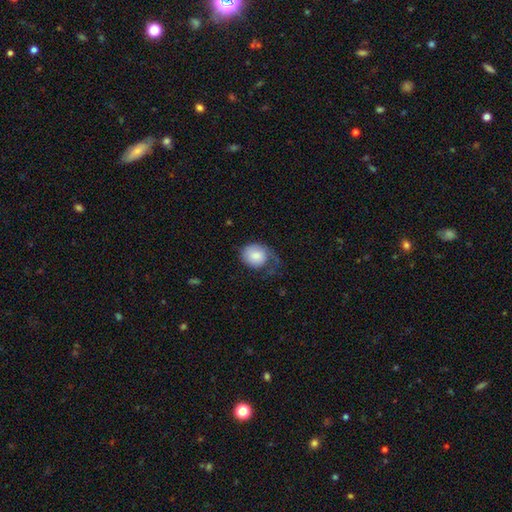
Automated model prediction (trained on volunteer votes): Q: Smooth or featured?
A: smooth (71%); runner-up: featured or disk (23%)
Q: How rounded?
A: round (62%); runner-up: in between (38%)
Q: Merging?
A: major disturbance (35%); runner-up: none (33%)